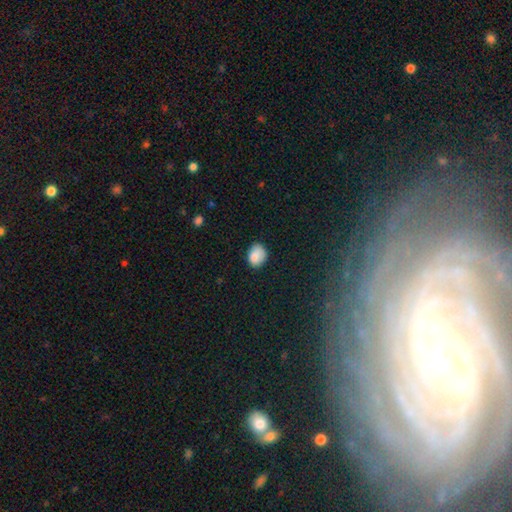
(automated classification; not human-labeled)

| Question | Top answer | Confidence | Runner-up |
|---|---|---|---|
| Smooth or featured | smooth | 87% | star or artifact (8%) |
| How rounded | in between | 64% | round (36%) |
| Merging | none | 75% | minor disturbance (20%) |